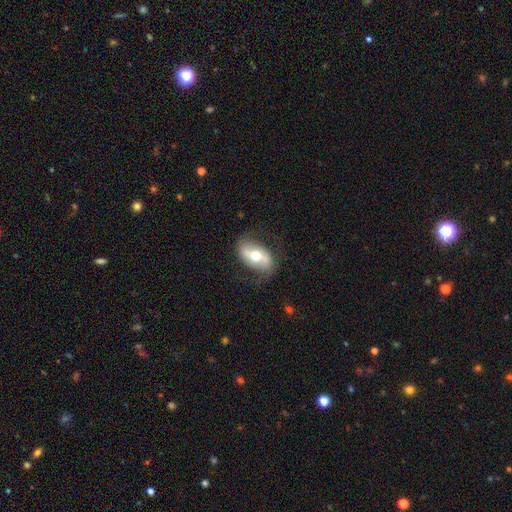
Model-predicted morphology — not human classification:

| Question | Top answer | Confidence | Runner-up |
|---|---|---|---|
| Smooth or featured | featured or disk | 58% | smooth (36%) |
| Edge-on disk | no | 88% | yes (12%) |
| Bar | strong | 37% | no (36%) |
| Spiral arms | yes | 62% | no (38%) |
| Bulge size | moderate | 74% | large (14%) |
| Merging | none | 74% | minor disturbance (17%) |